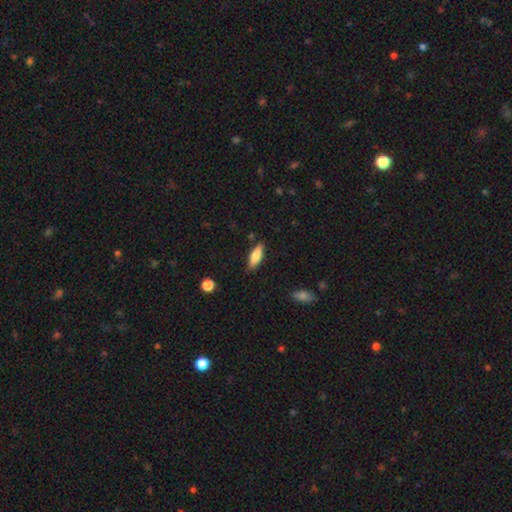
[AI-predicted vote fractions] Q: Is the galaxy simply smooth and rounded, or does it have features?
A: smooth — 79%.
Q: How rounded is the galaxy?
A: in between — 60%.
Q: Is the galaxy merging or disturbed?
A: none — 84%.